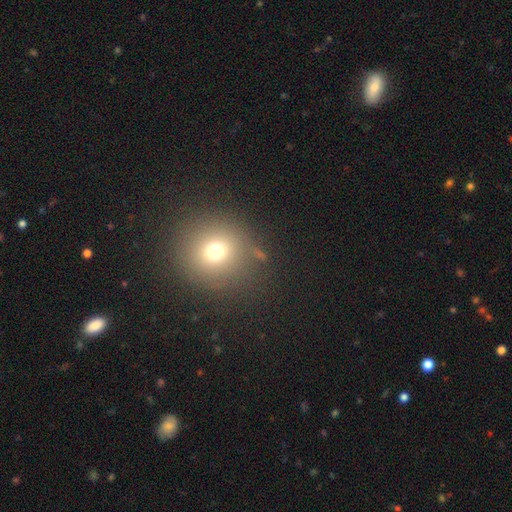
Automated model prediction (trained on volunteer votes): Smooth or featured?
  - smooth: 68% *
  - star or artifact: 23%
  - featured or disk: 10%
How rounded?
  - round: 91% *
  - in between: 8%
  - cigar-shaped: 1%
Merging?
  - none: 85% *
  - minor disturbance: 8%
  - major disturbance: 4%
  - merger: 3%